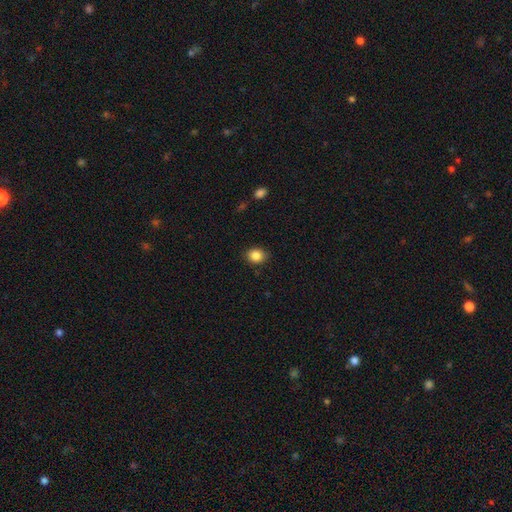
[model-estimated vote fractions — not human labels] The model was most divided on "how rounded": round: 56%, in between: 44%, cigar-shaped: 1%. More confident: merging — none (87%); smooth or featured — smooth (86%).